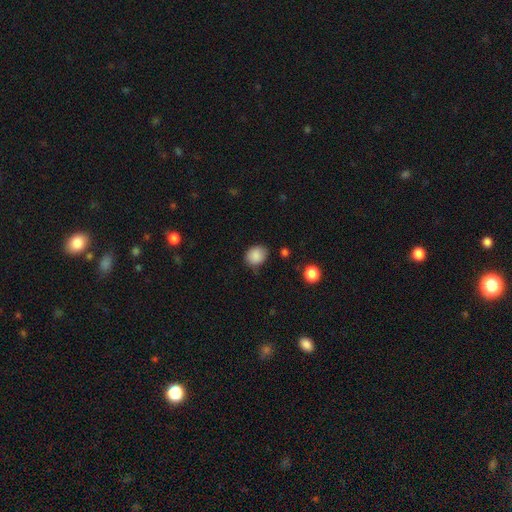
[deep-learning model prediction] Q: Smooth or featured?
A: smooth (87%); runner-up: star or artifact (9%)
Q: How rounded?
A: round (57%); runner-up: in between (42%)
Q: Merging?
A: none (74%); runner-up: minor disturbance (20%)